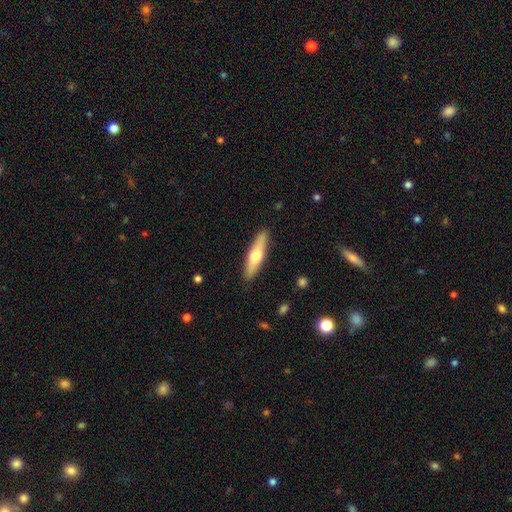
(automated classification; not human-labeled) smooth_or_featured: smooth (p=0.51) [alt: featured or disk p=0.43]
how_rounded: cigar-shaped (p=0.74) [alt: in between p=0.24]
merging: none (p=0.89) [alt: minor disturbance p=0.08]